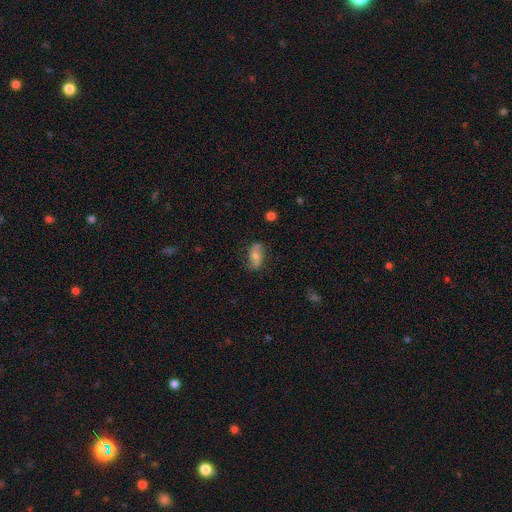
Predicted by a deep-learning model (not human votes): smooth_or_featured: smooth (p=0.53) [alt: featured or disk p=0.39]
how_rounded: in between (p=0.87) [alt: round p=0.07]
merging: none (p=0.73) [alt: minor disturbance p=0.19]